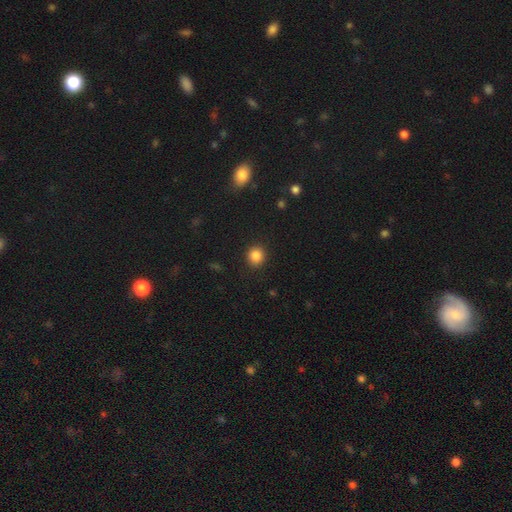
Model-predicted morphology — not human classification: This is clearly a smooth galaxy (86%). How rounded: clearly round (89%). Merging: clearly none (91%).